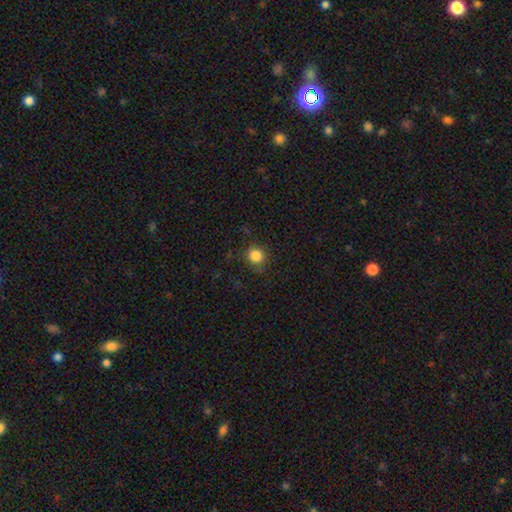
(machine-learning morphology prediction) smooth-or-featured: smooth: 85% | star or artifact: 11% | featured or disk: 4%
  how-rounded: round: 90% | in between: 9% | cigar-shaped: 1%
  merging: none: 83% | minor disturbance: 12% | major disturbance: 4% | merger: 1%